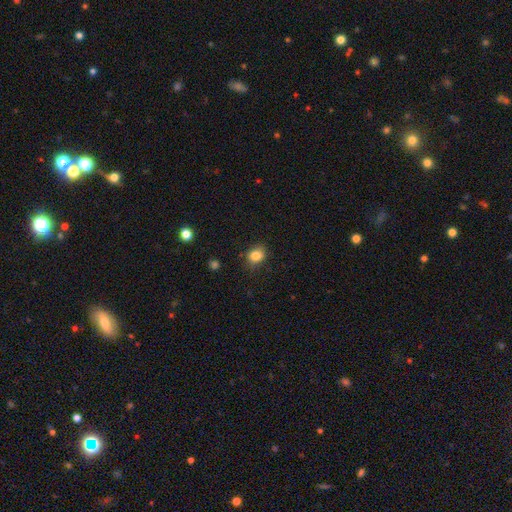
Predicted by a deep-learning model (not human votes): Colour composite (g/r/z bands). It shows a smooth galaxy with no disk features (83%) that is round (57%). Merging: none (78%).